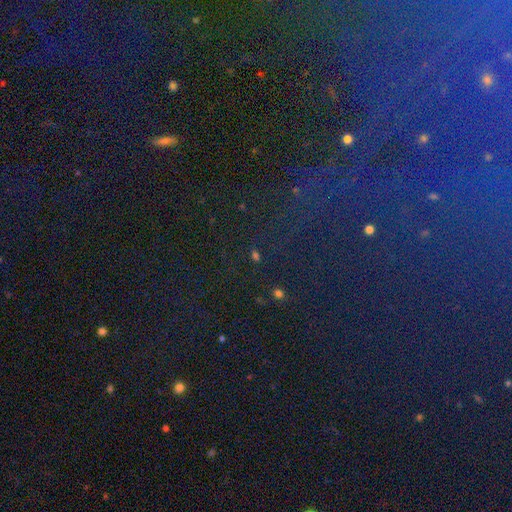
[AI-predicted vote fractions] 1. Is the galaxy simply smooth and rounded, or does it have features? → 64% star or artifact, 26% smooth, 9% featured or disk.